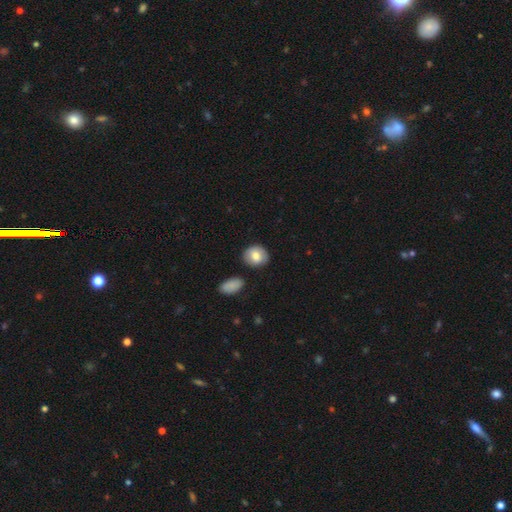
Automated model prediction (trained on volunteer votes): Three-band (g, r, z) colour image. It shows a smooth galaxy with no disk features (79%) that is round (69%). Merging: none (82%).